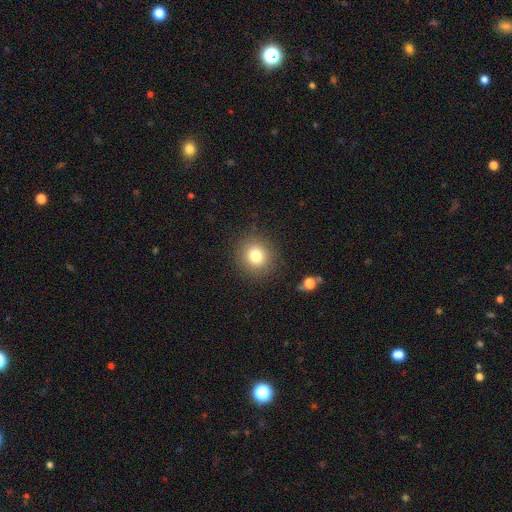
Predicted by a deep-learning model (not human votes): This is likely a smooth galaxy (79%). How rounded: clearly round (88%). Merging: clearly none (88%).